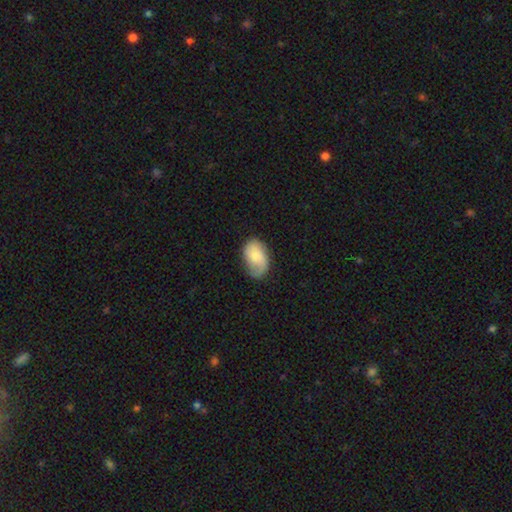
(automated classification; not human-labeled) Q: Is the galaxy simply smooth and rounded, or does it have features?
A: smooth — 60%.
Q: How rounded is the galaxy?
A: in between — 89%.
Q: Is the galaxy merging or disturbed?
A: none — 62%.